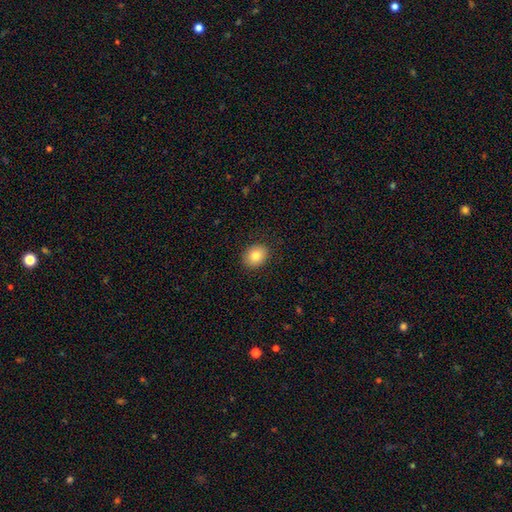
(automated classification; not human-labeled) Smooth or featured?
  - smooth: 83% *
  - star or artifact: 9%
  - featured or disk: 8%
How rounded?
  - round: 50% *
  - in between: 49%
  - cigar-shaped: 1%
Merging?
  - none: 89% *
  - minor disturbance: 8%
  - major disturbance: 2%
  - merger: 1%